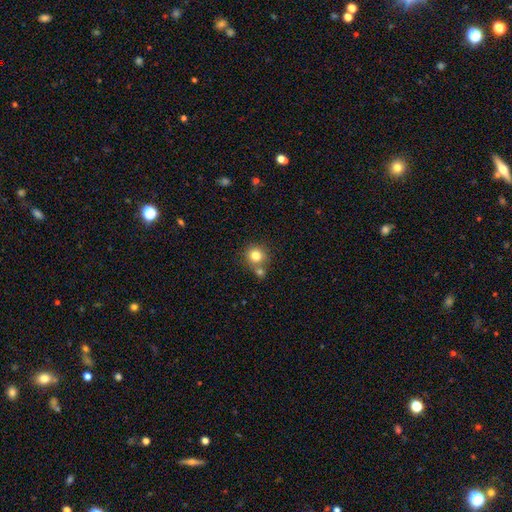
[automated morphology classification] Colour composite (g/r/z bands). It shows a smooth galaxy with no disk features (80%) that is round (90%). Merging: none (60%).